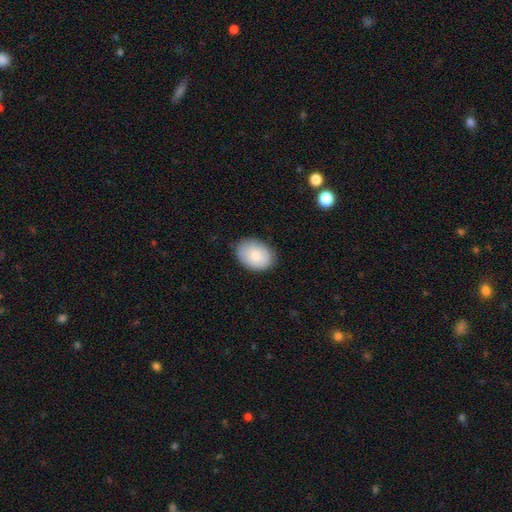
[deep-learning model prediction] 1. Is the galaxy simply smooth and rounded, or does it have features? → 83% smooth, 11% featured or disk, 6% star or artifact.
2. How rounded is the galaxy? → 76% in between, 24% round, 1% cigar-shaped.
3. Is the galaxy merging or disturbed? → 84% none, 12% minor disturbance, 3% major disturbance, 1% merger.